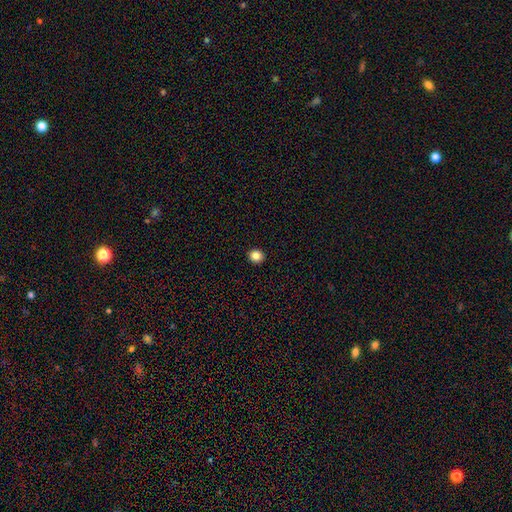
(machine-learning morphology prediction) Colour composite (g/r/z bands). It shows a smooth galaxy with no disk features (85%) that is round (90%). Merging: none (94%).